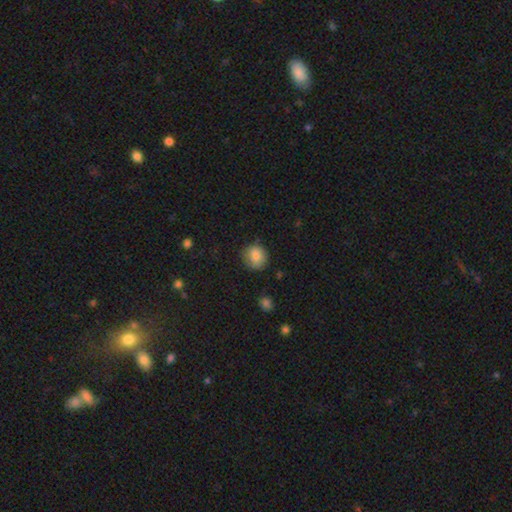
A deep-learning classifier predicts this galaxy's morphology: A smooth galaxy with no disk features (85%) that is round (78%).

Vote fractions:
- Smooth or featured? smooth: 85% / star or artifact: 9% / featured or disk: 7%
- How rounded? round: 78% / in between: 21% / cigar-shaped: 1%
- Merging? none: 76% / minor disturbance: 18% / major disturbance: 5% / merger: 2%